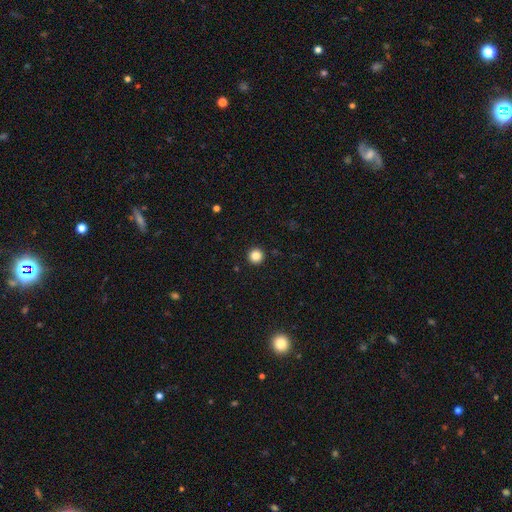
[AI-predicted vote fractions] Overall: smooth (85%). How rounded: round (97%). Merging: none (94%).